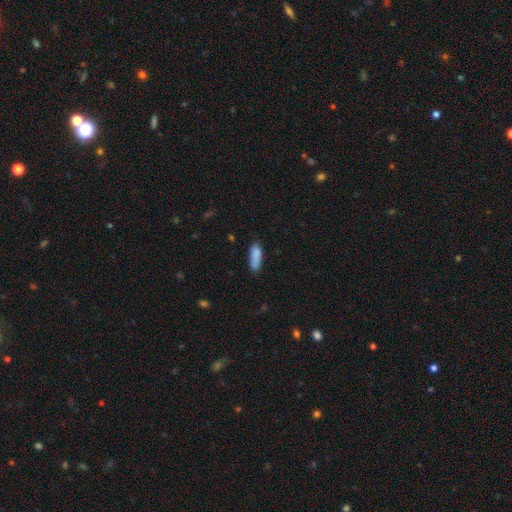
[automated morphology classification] Q: Smooth or featured?
A: smooth (86%); runner-up: star or artifact (7%)
Q: How rounded?
A: in between (61%); runner-up: cigar-shaped (37%)
Q: Merging?
A: none (70%); runner-up: minor disturbance (22%)